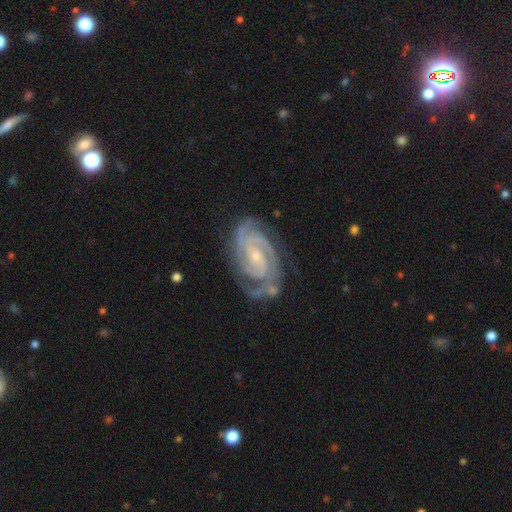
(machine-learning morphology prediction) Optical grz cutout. It shows a featured or disk galaxy (92%) with no bar (44%), 2 (58%) tight (76%) spiral arms (99%) and a small central bulge (71%). Merging: none (74%).